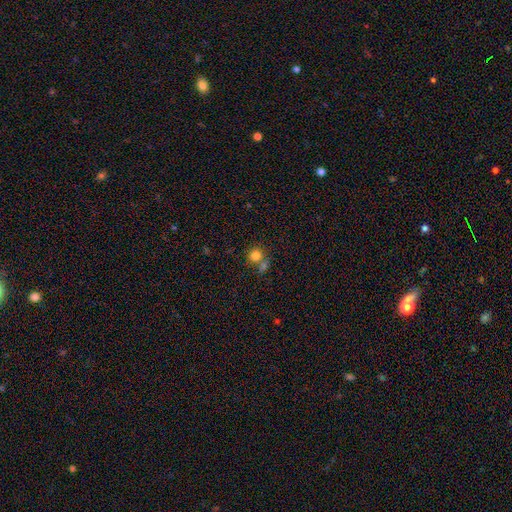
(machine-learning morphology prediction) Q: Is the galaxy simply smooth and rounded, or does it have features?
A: smooth — 80%.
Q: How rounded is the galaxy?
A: round — 87%.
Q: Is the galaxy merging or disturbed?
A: none — 55%.